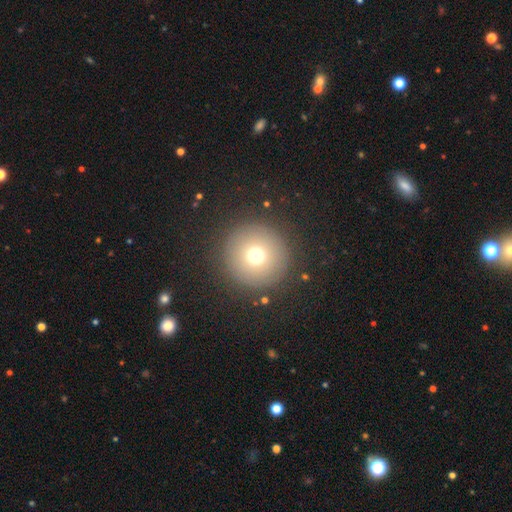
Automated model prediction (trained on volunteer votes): smooth-or-featured: smooth: 71% | star or artifact: 17% | featured or disk: 12%
  how-rounded: round: 97% | in between: 2% | cigar-shaped: 1%
  merging: none: 89% | minor disturbance: 6% | major disturbance: 4% | merger: 1%